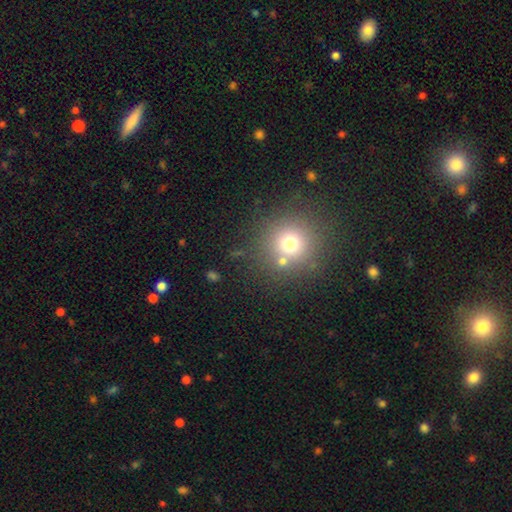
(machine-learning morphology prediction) A smooth galaxy with no disk features (59%) that is round (92%). Merging: none (79%).